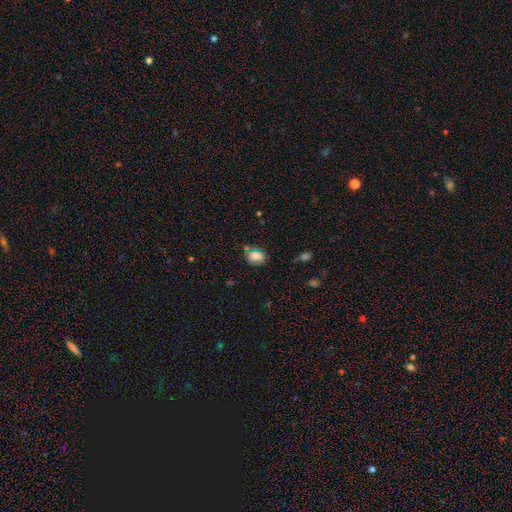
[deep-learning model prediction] Q: Smooth or featured?
A: smooth (79%); runner-up: star or artifact (12%)
Q: How rounded?
A: in between (55%); runner-up: round (44%)
Q: Merging?
A: none (70%); runner-up: minor disturbance (19%)